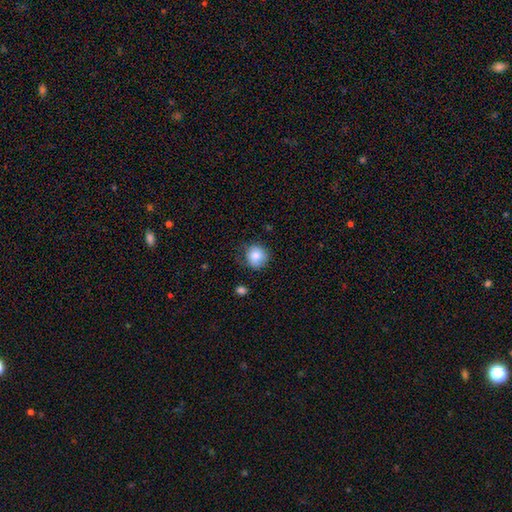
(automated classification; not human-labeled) Smooth or featured?
  - smooth: 83% *
  - star or artifact: 9%
  - featured or disk: 8%
How rounded?
  - round: 88% *
  - in between: 12%
  - cigar-shaped: 1%
Merging?
  - none: 73% *
  - minor disturbance: 21%
  - major disturbance: 5%
  - merger: 2%